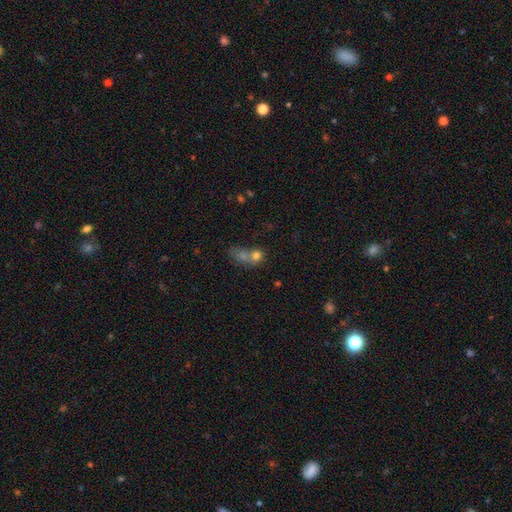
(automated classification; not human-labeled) A smooth galaxy with no disk features (72%) that is round (61%).

Vote fractions:
- Smooth or featured? smooth: 72% / featured or disk: 15% / star or artifact: 13%
- How rounded? round: 61% / in between: 37% / cigar-shaped: 2%
- Merging? merger: 62% / none: 23% / major disturbance: 8% / minor disturbance: 8%